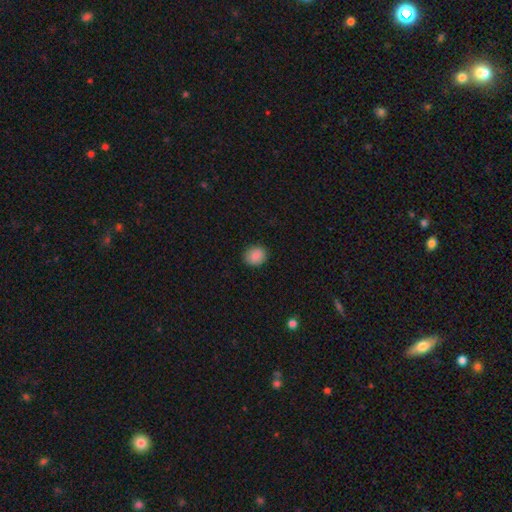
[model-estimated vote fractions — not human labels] Q: Smooth or featured?
A: smooth (88%); runner-up: star or artifact (8%)
Q: How rounded?
A: round (72%); runner-up: in between (27%)
Q: Merging?
A: none (90%); runner-up: minor disturbance (7%)